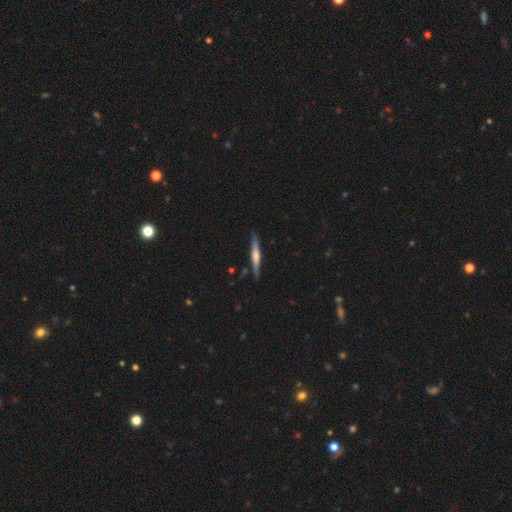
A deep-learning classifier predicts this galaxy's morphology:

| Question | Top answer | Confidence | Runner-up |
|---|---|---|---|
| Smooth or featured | featured or disk | 54% | smooth (40%) |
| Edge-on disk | yes | 96% | no (4%) |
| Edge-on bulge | rounded | 60% | none (26%) |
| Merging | none | 87% | minor disturbance (10%) |